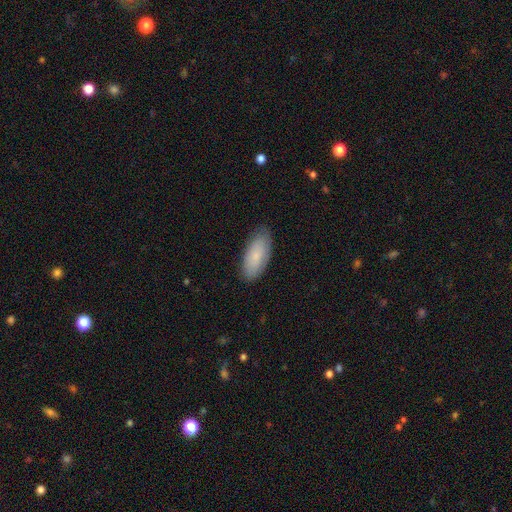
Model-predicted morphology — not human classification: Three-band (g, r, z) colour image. It shows a smooth galaxy with no disk features (81%) that is in between round and cigar-shaped (87%). Merging: none (81%).